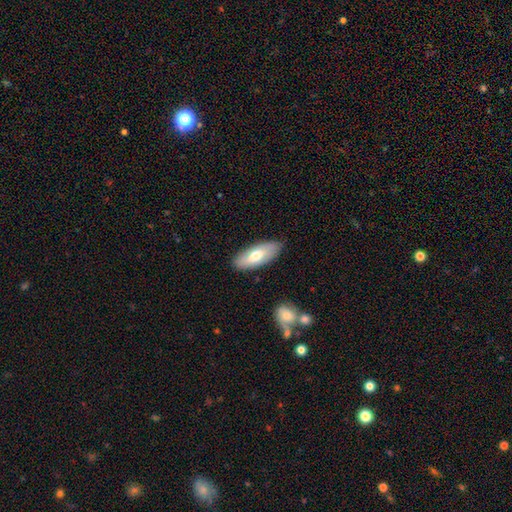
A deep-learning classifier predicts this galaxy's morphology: smooth 68%, featured or disk 27%, star or artifact 6%. Down the decision tree: how rounded — in between (82%); merging — none (85%).